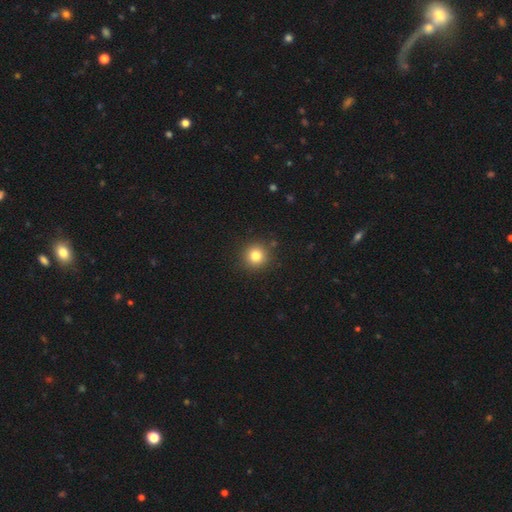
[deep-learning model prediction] Smooth or featured?
  - smooth: 81% *
  - star or artifact: 12%
  - featured or disk: 7%
How rounded?
  - round: 94% *
  - in between: 5%
  - cigar-shaped: 1%
Merging?
  - none: 90% *
  - minor disturbance: 6%
  - major disturbance: 2%
  - merger: 2%